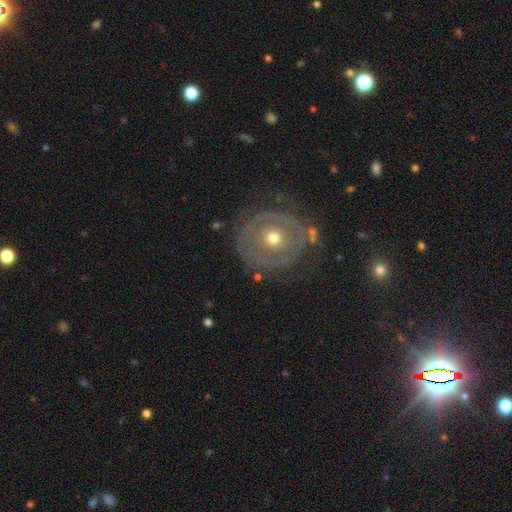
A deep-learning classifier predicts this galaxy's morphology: Smooth or featured: featured or disk — 69% (smooth — 19%)
Edge-on disk: no — 96% (yes — 4%)
Bar: no — 81% (weak — 14%)
Spiral arms: yes — 61% (no — 39%)
Bulge size: moderate — 59% (small — 36%)
Merging: none — 77% (minor disturbance — 14%)